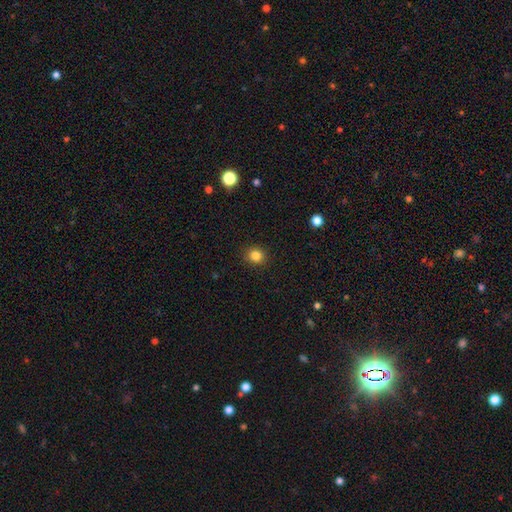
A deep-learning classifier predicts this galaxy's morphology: Smooth or featured? Predicted: smooth (p=0.83). How rounded? Predicted: round (p=0.85). Merging? Predicted: none (p=0.91).